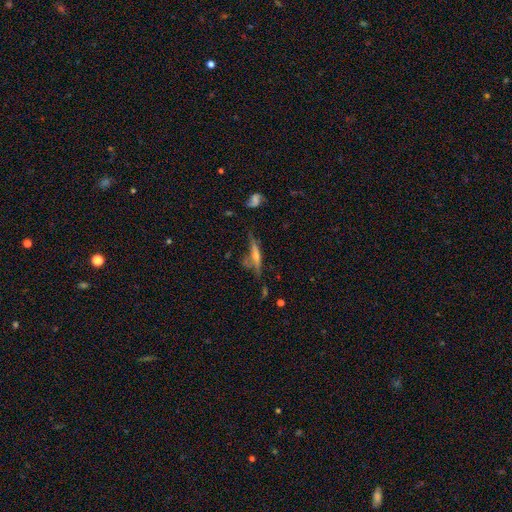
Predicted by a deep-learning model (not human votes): smooth-or-featured: featured or disk: 63% | smooth: 25% | star or artifact: 12%
  disk-edge-on: yes: 83% | no: 17%
    edge-on-bulge: rounded: 75% | none: 14% | boxy: 11%
  merging: none: 49% | minor disturbance: 23% | major disturbance: 18% | merger: 10%